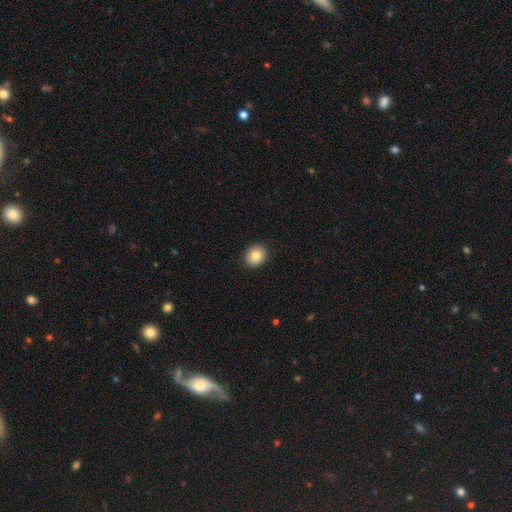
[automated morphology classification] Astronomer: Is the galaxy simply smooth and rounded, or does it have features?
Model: smooth — 84%.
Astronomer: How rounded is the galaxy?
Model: round — 75%.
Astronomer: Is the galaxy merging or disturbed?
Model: none — 92%.